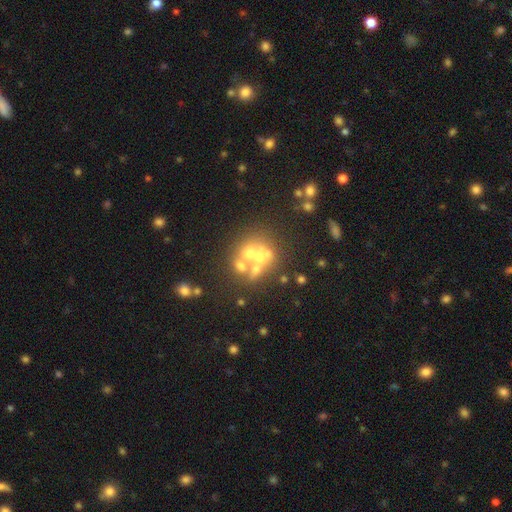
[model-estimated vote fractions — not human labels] Morphology: type=featured or disk (42%); merging=merger (41%).